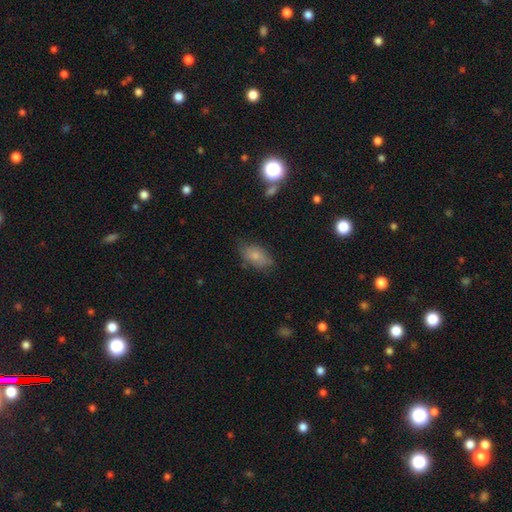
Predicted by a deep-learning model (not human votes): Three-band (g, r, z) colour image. It shows a smooth galaxy with no disk features (76%) that is in between round and cigar-shaped (91%). Merging: none (68%).